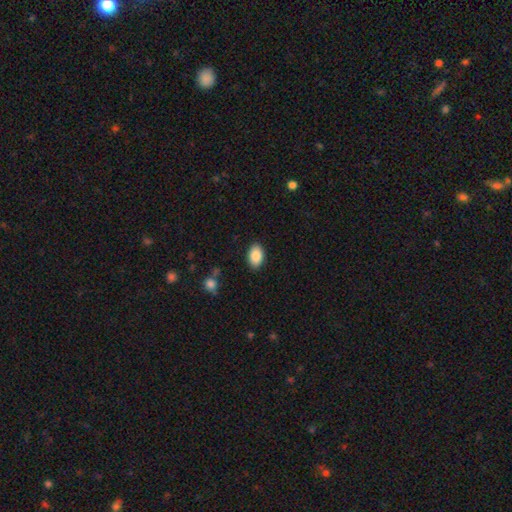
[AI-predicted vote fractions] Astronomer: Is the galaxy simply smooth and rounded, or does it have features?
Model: smooth — 88%.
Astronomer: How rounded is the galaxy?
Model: in between — 91%.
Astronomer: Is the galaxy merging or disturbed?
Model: none — 88%.